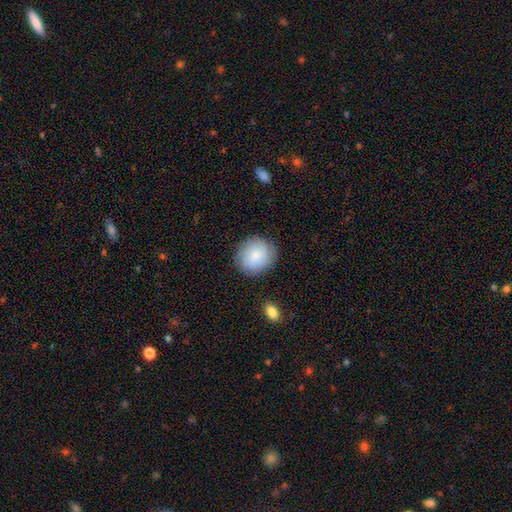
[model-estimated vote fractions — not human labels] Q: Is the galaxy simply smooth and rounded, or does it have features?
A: smooth — 73%.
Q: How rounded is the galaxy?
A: round — 85%.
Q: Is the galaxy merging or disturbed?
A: none — 83%.